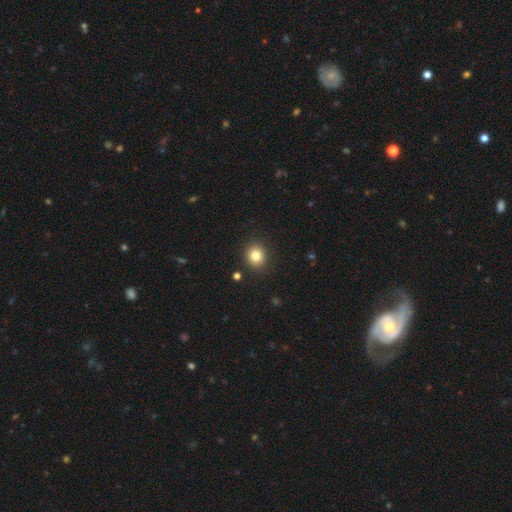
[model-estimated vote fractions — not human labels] Morphology: type=smooth (81%); roundness=round (81%); merging=none (90%).